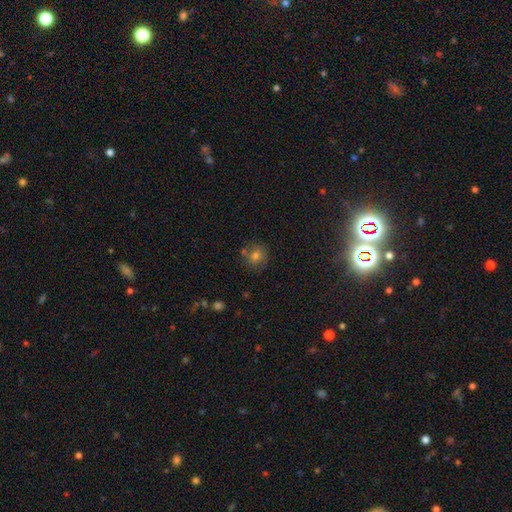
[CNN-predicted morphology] Smooth or featured? Predicted: smooth (p=0.70). How rounded? Predicted: round (p=0.86). Merging? Predicted: none (p=0.73).